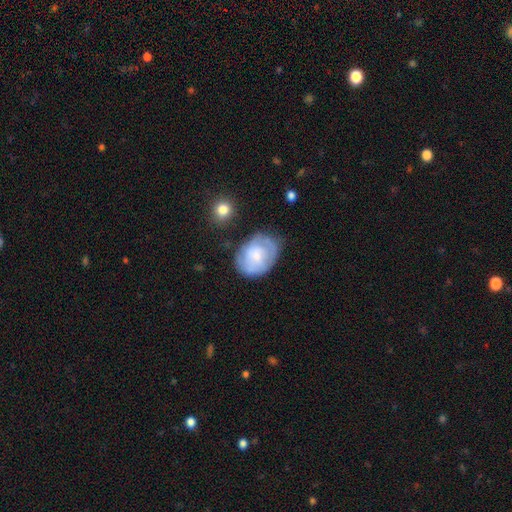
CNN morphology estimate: Overall: smooth (49%; featured or disk 45%). Merging: none (60%; minor disturbance 26%).